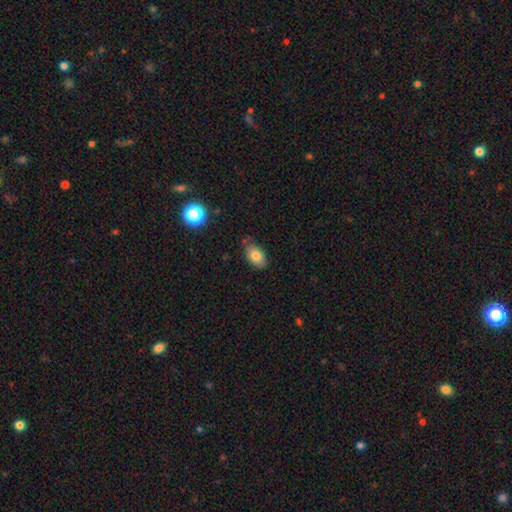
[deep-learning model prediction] This appears to be a smooth galaxy with no disk features (81%) that is in between round and cigar-shaped (88%). Merging: none (73%).